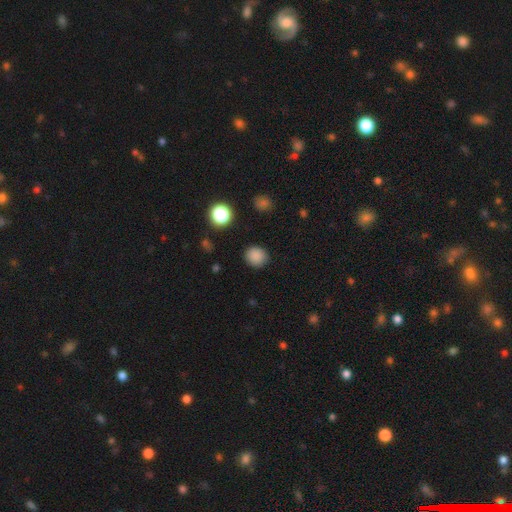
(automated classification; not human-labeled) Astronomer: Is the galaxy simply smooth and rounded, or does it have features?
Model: smooth — 85%.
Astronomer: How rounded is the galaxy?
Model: round — 83%.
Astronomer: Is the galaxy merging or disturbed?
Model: none — 87%.